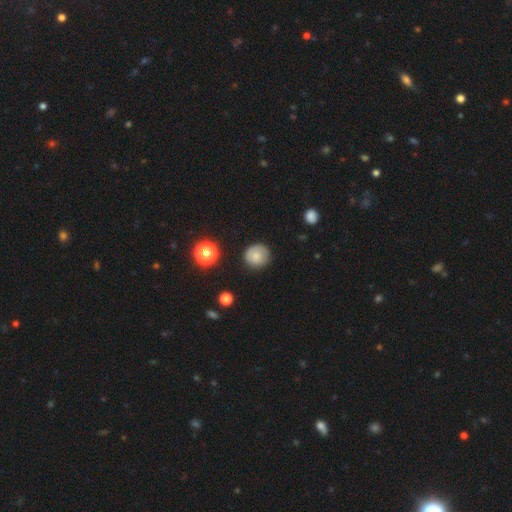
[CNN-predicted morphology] smooth_or_featured: smooth (p=0.77) [alt: featured or disk p=0.13]
how_rounded: round (p=0.90) [alt: in between p=0.09]
merging: none (p=0.83) [alt: minor disturbance p=0.12]